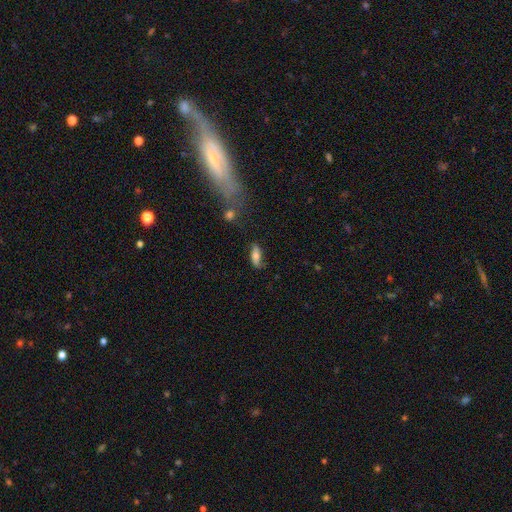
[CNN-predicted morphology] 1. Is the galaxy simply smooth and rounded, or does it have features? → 57% smooth, 35% featured or disk, 8% star or artifact.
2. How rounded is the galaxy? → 69% in between, 28% cigar-shaped, 4% round.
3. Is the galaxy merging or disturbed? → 71% none, 19% minor disturbance, 6% major disturbance, 4% merger.